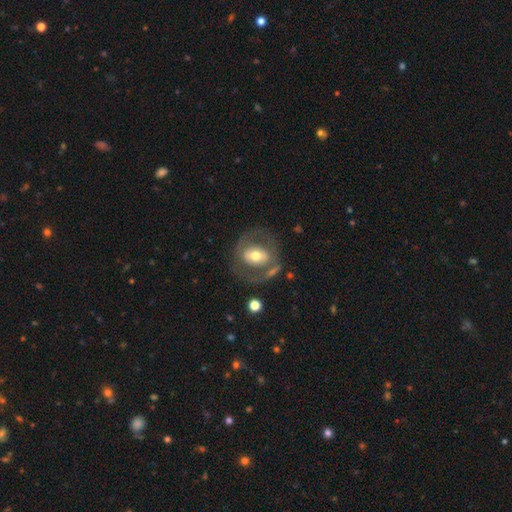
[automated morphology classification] The model was most divided on "bar": no: 45%, weak: 29%, strong: 26%. More confident: edge-on disk — no (94%); spiral arms — no (68%); bulge size — moderate (68%); merging — none (63%); smooth or featured — featured or disk (59%).